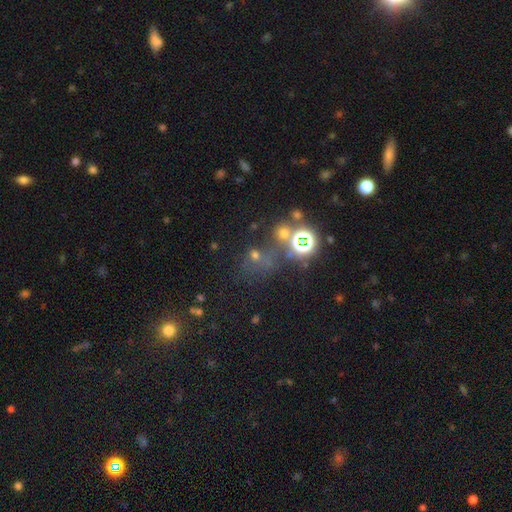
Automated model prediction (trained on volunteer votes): Smooth or featured?
  - smooth: 46% *
  - star or artifact: 43%
  - featured or disk: 11%
Merging?
  - none: 55% *
  - merger: 21%
  - minor disturbance: 12%
  - major disturbance: 12%